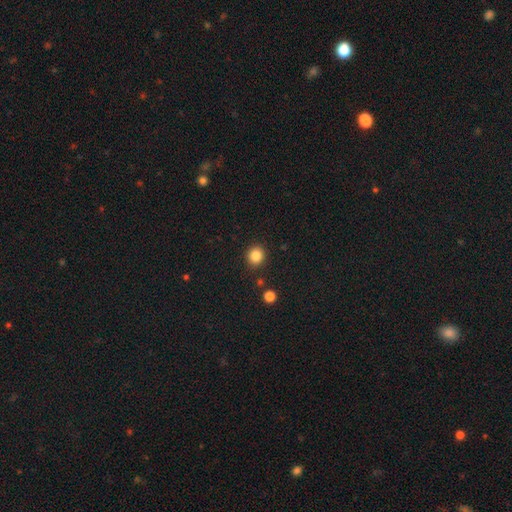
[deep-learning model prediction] smooth 84%, star or artifact 11%, featured or disk 4%. Down the decision tree: how rounded — round (86%); merging — none (90%).